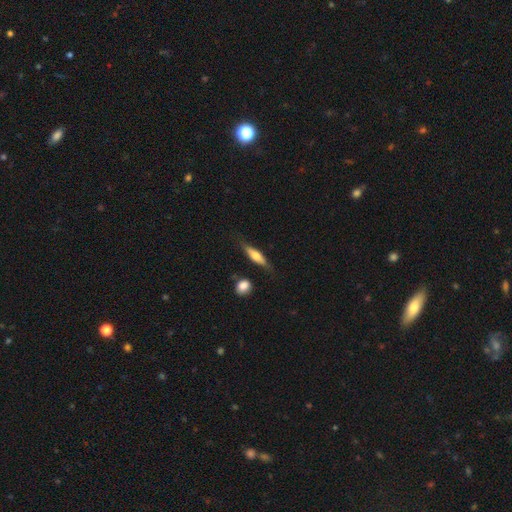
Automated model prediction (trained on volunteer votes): A smooth galaxy with no disk features (52%) that is cigar-shaped (66%).

Vote fractions:
- Smooth or featured? smooth: 52% / featured or disk: 42% / star or artifact: 6%
- How rounded? cigar-shaped: 66% / in between: 31% / round: 3%
- Merging? none: 75% / minor disturbance: 16% / major disturbance: 4% / merger: 4%